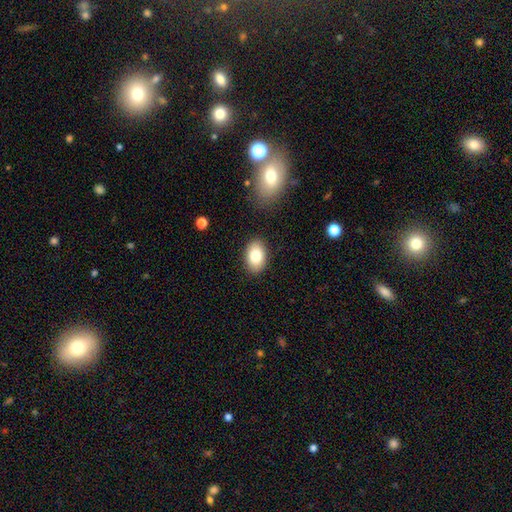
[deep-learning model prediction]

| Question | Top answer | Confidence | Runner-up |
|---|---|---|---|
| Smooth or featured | smooth | 82% | featured or disk (10%) |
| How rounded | in between | 88% | round (11%) |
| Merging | none | 87% | minor disturbance (9%) |